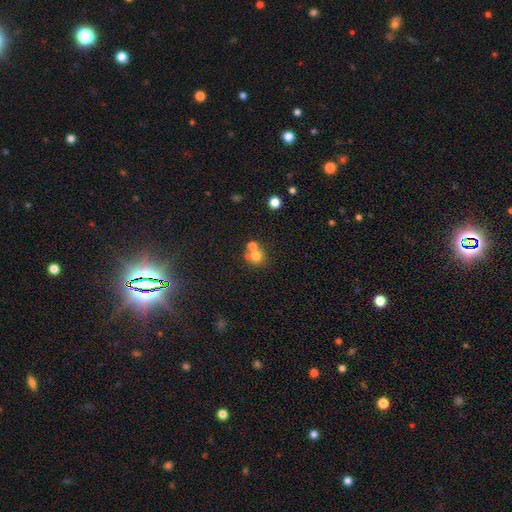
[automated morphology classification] Smooth or featured? smooth (71%)
How rounded? round (85%)
Merging? none (46%)